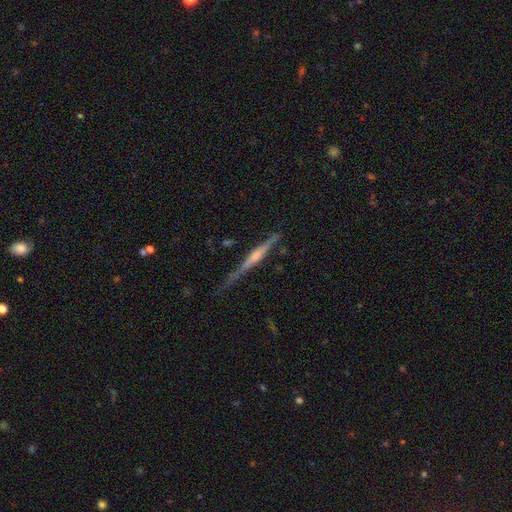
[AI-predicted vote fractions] Smooth or featured? featured or disk (77%)
Edge-on disk? yes (98%)
Edge-on bulge? rounded (59%)
Merging? none (76%)